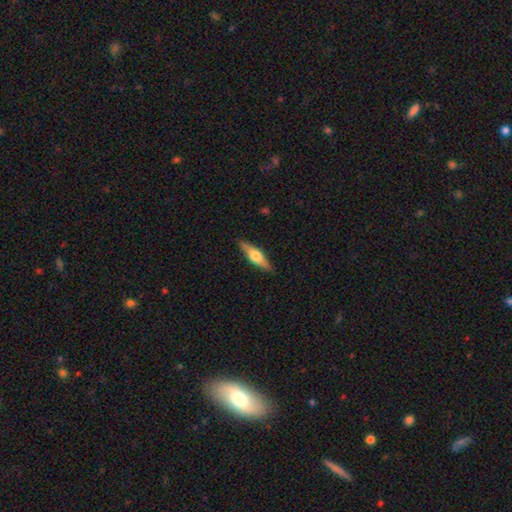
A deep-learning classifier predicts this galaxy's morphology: This is possibly a featured or disk galaxy (53%). It is clearly viewed edge-on (93%). Merging: clearly none (89%).